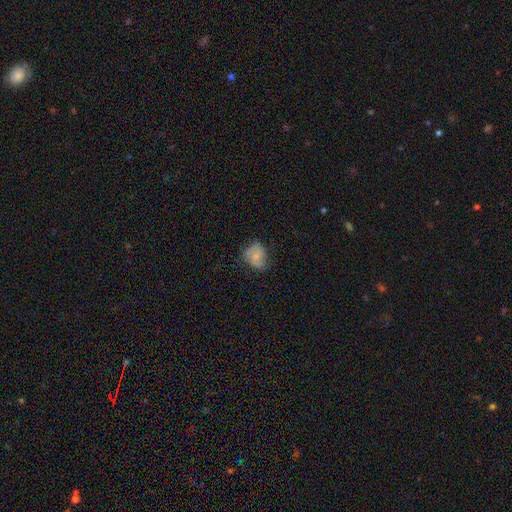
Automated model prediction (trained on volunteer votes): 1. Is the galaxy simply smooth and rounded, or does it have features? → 55% smooth, 37% featured or disk, 8% star or artifact.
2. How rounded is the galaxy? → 54% in between, 45% round, 1% cigar-shaped.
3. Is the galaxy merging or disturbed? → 53% none, 32% minor disturbance, 13% major disturbance, 2% merger.